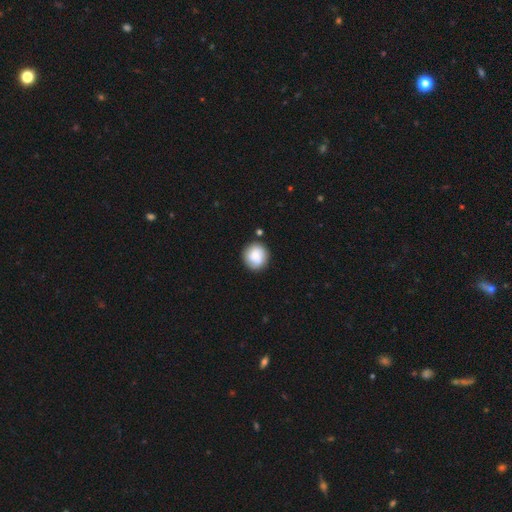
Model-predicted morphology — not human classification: smooth-or-featured: smooth: 74% | featured or disk: 18% | star or artifact: 8%
  how-rounded: round: 91% | in between: 8% | cigar-shaped: 1%
  merging: none: 83% | minor disturbance: 11% | merger: 3% | major disturbance: 3%